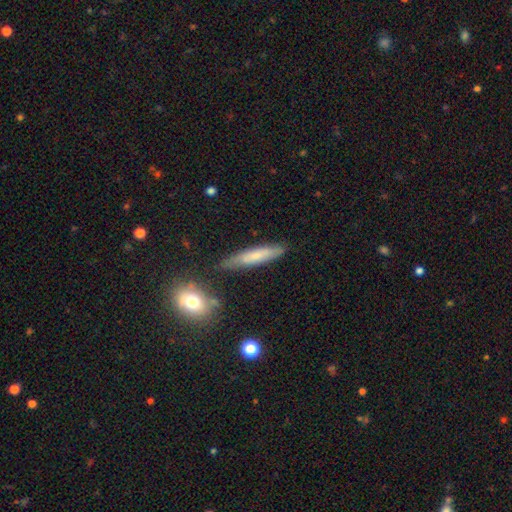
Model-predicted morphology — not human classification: Q: Smooth or featured?
A: smooth (61%); runner-up: featured or disk (32%)
Q: How rounded?
A: cigar-shaped (87%); runner-up: in between (11%)
Q: Merging?
A: none (78%); runner-up: minor disturbance (15%)